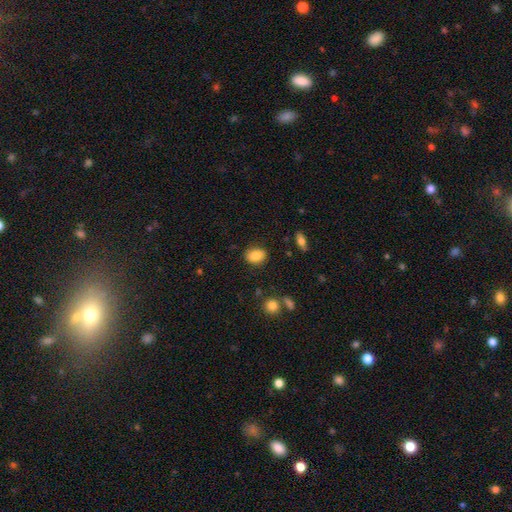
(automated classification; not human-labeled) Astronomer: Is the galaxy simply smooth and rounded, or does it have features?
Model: smooth — 85%.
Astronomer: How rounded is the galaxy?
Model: in between — 69%.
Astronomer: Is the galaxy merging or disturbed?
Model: none — 84%.